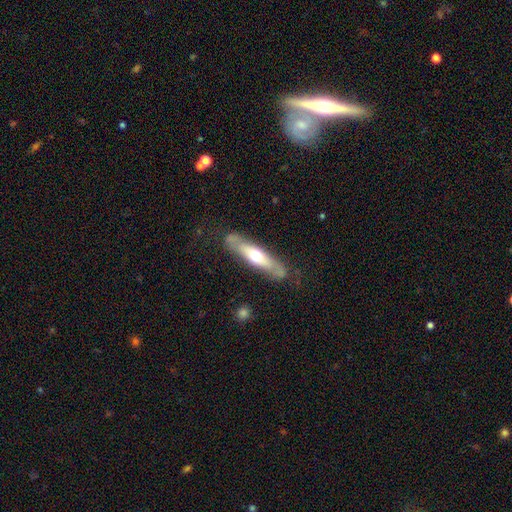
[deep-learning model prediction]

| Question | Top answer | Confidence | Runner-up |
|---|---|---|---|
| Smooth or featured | featured or disk | 57% | smooth (38%) |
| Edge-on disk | yes | 59% | no (41%) |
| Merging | none | 75% | minor disturbance (17%) |